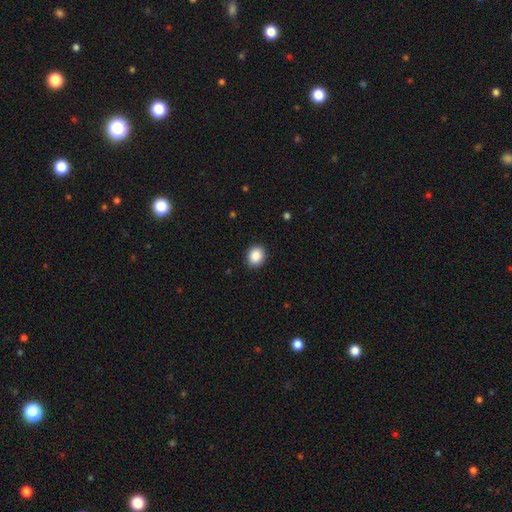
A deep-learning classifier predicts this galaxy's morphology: The model was most divided on "how rounded": round: 60%, in between: 39%, cigar-shaped: 1%. More confident: merging — none (90%); smooth or featured — smooth (89%).